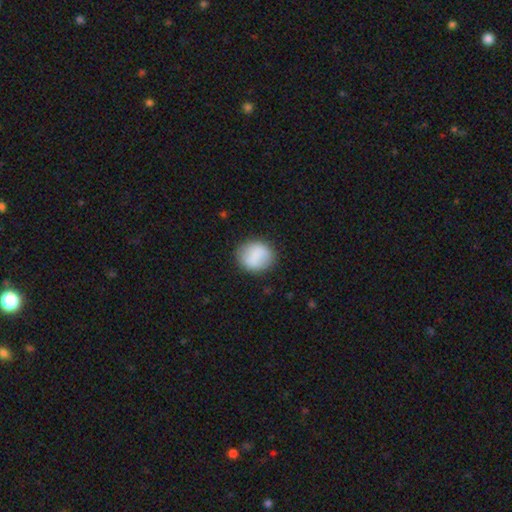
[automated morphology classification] A smooth galaxy with no disk features (80%) that is round (77%).

Vote fractions:
- Smooth or featured? smooth: 80% / featured or disk: 12% / star or artifact: 7%
- How rounded? round: 77% / in between: 22% / cigar-shaped: 1%
- Merging? none: 83% / minor disturbance: 12% / major disturbance: 4% / merger: 2%